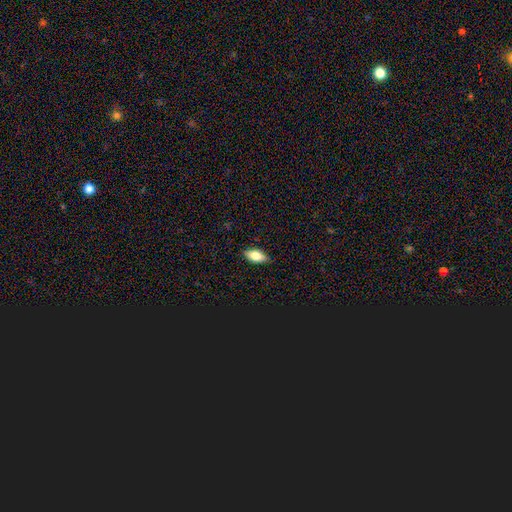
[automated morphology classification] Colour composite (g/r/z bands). It shows a smooth galaxy with no disk features (72%) that is in between round and cigar-shaped (86%). Merging: none (84%).